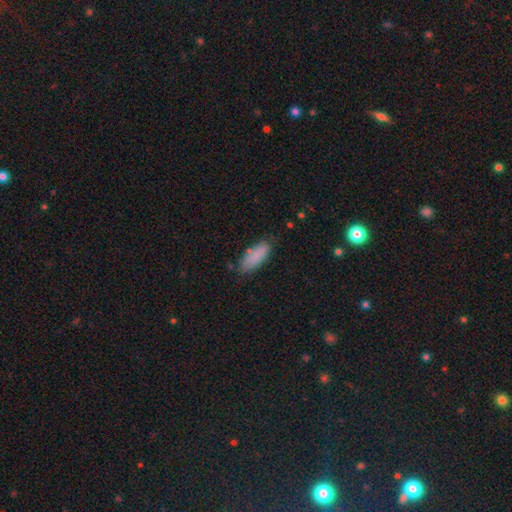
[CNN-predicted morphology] A smooth galaxy with no disk features (86%) that is in between round and cigar-shaped (68%). Merging: none (74%).